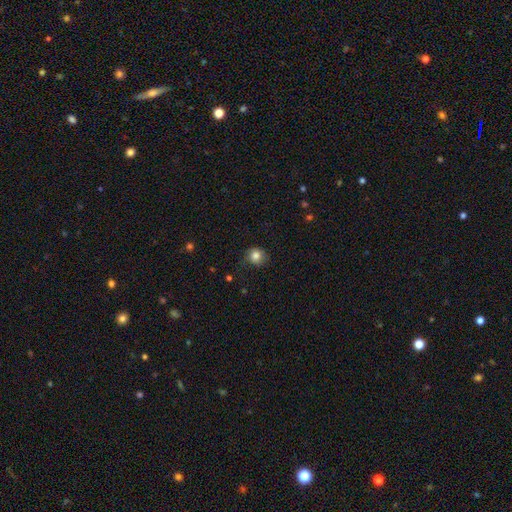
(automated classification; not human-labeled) Q: Smooth or featured?
A: smooth (83%); runner-up: star or artifact (10%)
Q: How rounded?
A: round (86%); runner-up: in between (13%)
Q: Merging?
A: none (77%); runner-up: minor disturbance (18%)